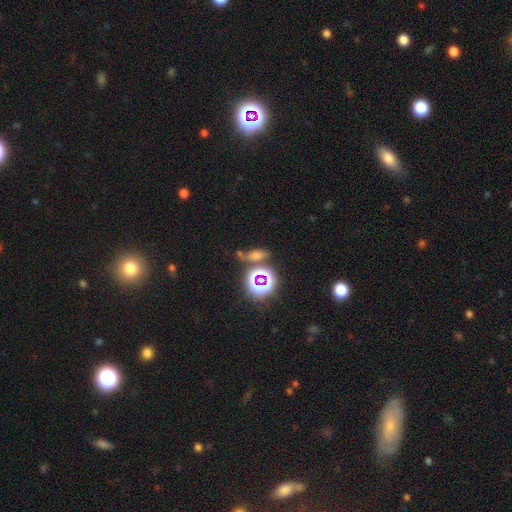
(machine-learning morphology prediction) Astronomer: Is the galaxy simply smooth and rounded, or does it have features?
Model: smooth — 47% (runner-up: star or artifact, 38%).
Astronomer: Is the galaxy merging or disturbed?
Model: none — 60%.